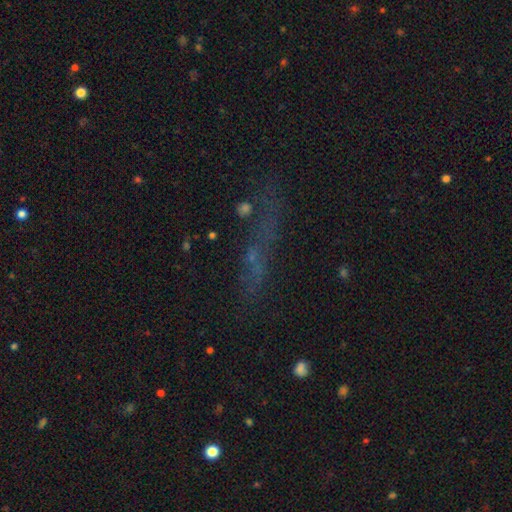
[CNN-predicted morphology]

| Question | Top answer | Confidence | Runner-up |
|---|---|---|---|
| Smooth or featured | star or artifact | 37% | smooth (34%) |